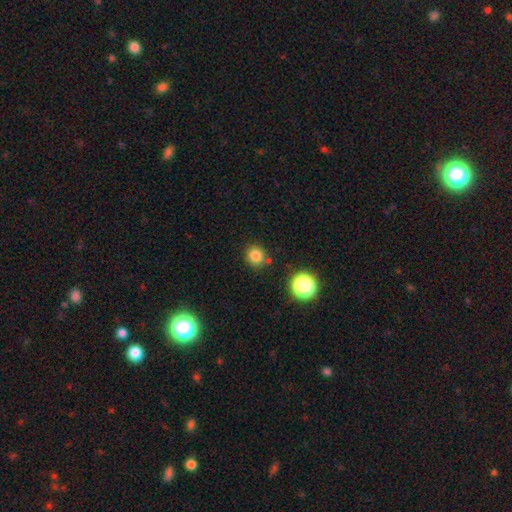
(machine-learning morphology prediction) Smooth or featured? smooth (81%)
How rounded? round (90%)
Merging? none (82%)